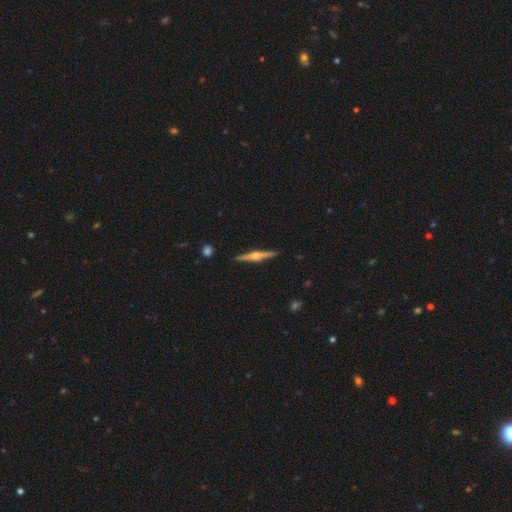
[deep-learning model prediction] A featured or disk galaxy (80%) viewed edge-on (98%) with a rounded central bulge (93%).

Vote fractions:
- Smooth or featured? featured or disk: 80% / smooth: 15% / star or artifact: 5%
- Edge-on disk? yes: 98% / no: 2%
- Edge-on bulge? rounded: 93% / boxy: 5% / none: 2%
- Merging? none: 91% / minor disturbance: 6% / major disturbance: 1% / merger: 1%